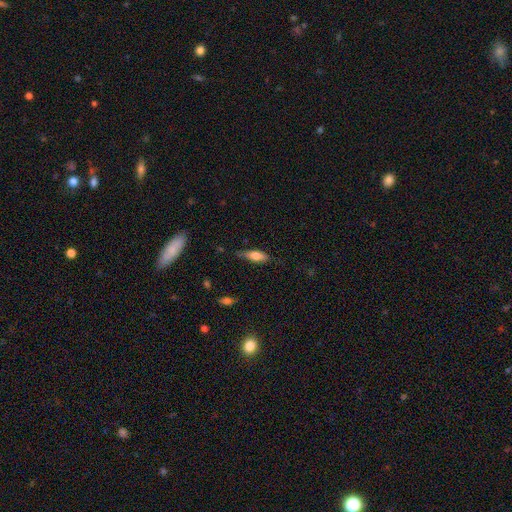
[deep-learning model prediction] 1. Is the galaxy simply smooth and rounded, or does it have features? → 67% smooth, 26% featured or disk, 7% star or artifact.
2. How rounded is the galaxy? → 53% in between, 44% cigar-shaped, 2% round.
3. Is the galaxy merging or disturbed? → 64% none, 28% minor disturbance, 6% major disturbance, 2% merger.